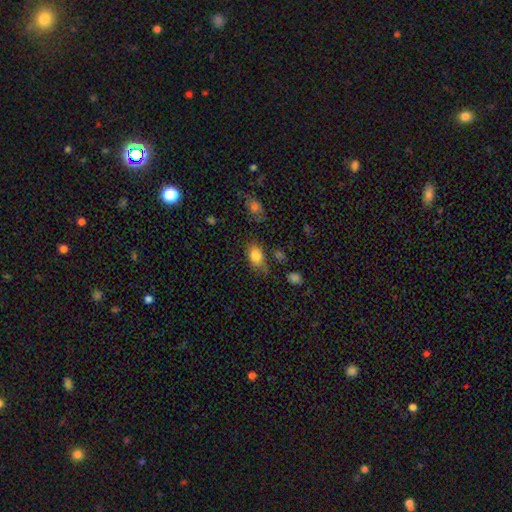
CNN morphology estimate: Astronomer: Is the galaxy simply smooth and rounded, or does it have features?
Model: smooth — 83%.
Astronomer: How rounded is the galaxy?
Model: in between — 80%.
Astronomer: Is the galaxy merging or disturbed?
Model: none — 65%.